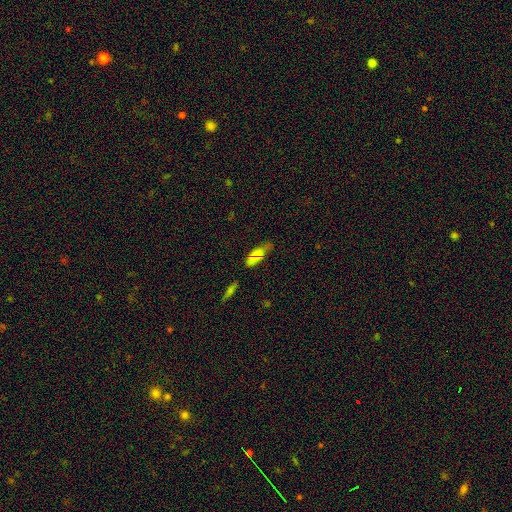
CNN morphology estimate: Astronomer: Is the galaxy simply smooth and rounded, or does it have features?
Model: smooth — 68%.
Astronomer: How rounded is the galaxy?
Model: in between — 67%.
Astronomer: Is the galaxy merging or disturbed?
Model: none — 65%.